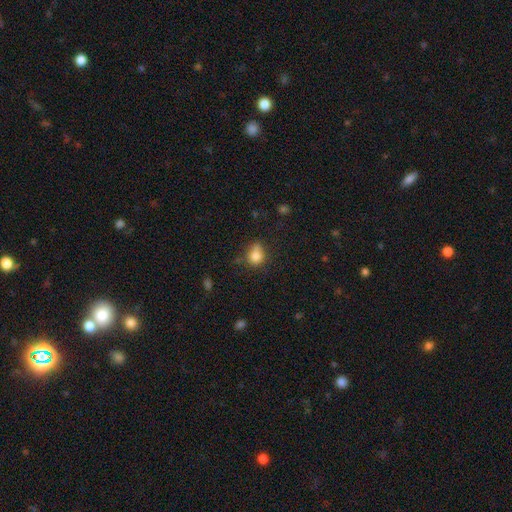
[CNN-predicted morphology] Smooth or featured? smooth (81%)
How rounded? round (65%)
Merging? none (49%)